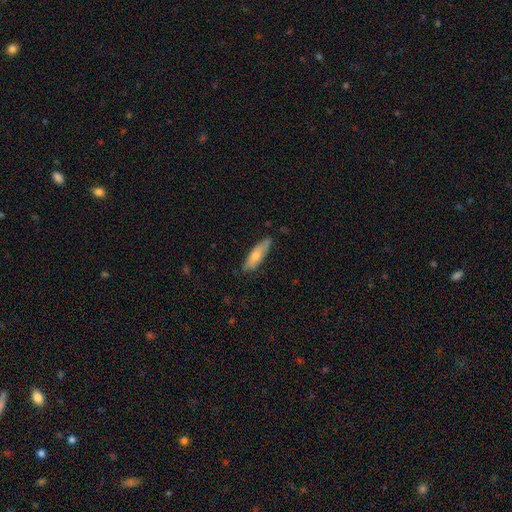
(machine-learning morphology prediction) A smooth galaxy with no disk features (61%) that is cigar-shaped (56%).

Vote fractions:
- Smooth or featured? smooth: 61% / featured or disk: 33% / star or artifact: 6%
- How rounded? cigar-shaped: 56% / in between: 42% / round: 2%
- Merging? none: 75% / minor disturbance: 20% / major disturbance: 3% / merger: 1%